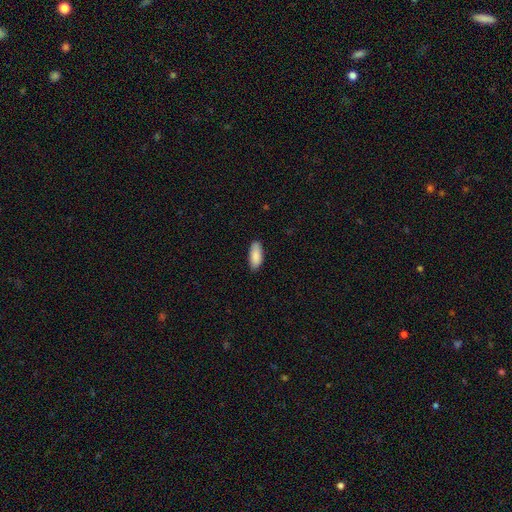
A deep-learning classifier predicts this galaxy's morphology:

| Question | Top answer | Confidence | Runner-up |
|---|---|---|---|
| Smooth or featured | smooth | 89% | star or artifact (6%) |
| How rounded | in between | 83% | cigar-shaped (15%) |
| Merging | none | 86% | minor disturbance (11%) |